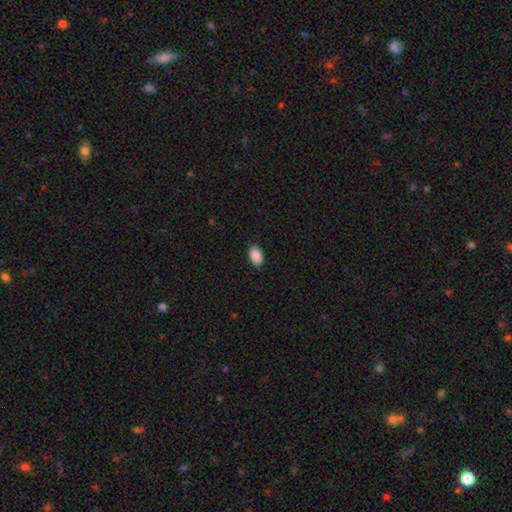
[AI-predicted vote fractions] Smooth or featured? smooth (90%)
How rounded? in between (89%)
Merging? none (89%)